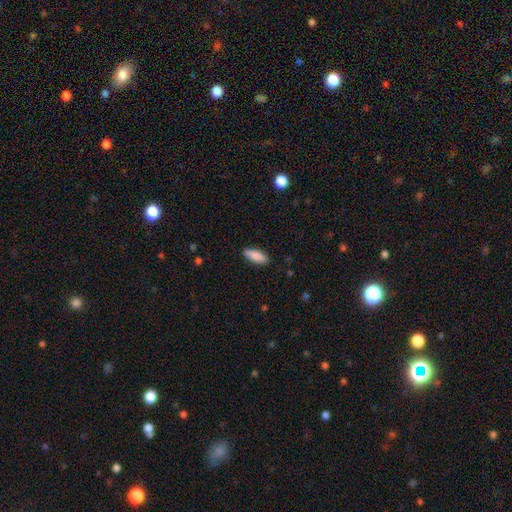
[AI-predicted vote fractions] smooth 89%, star or artifact 6%, featured or disk 5%. Down the decision tree: how rounded — in between (73%); merging — none (87%).